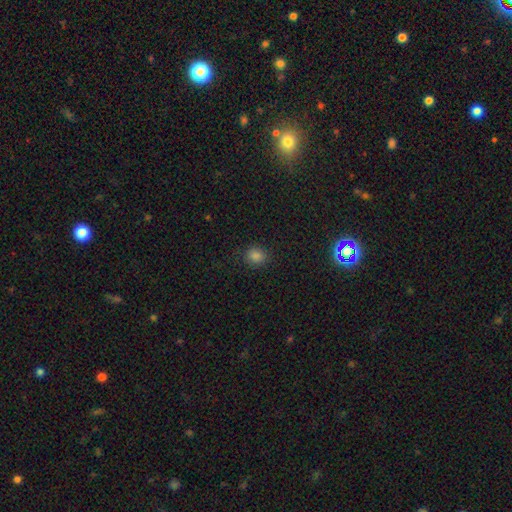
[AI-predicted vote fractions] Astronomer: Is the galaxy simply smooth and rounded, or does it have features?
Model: smooth — 79%.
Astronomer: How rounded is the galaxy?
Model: round — 72%.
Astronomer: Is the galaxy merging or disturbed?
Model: none — 86%.